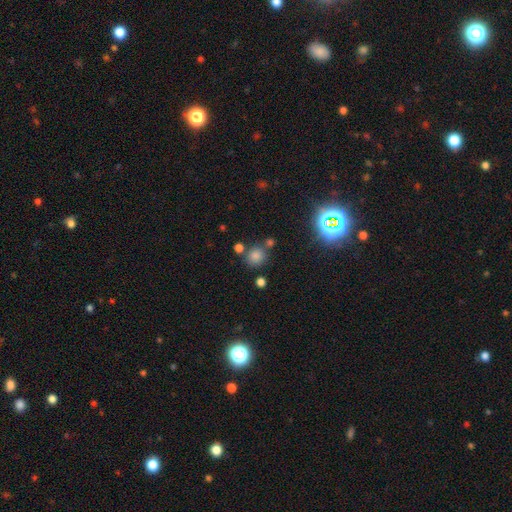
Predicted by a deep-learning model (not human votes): The model was most divided on "smooth or featured": smooth: 77%, star or artifact: 17%, featured or disk: 6%. More confident: how rounded — round (84%); merging — none (73%).